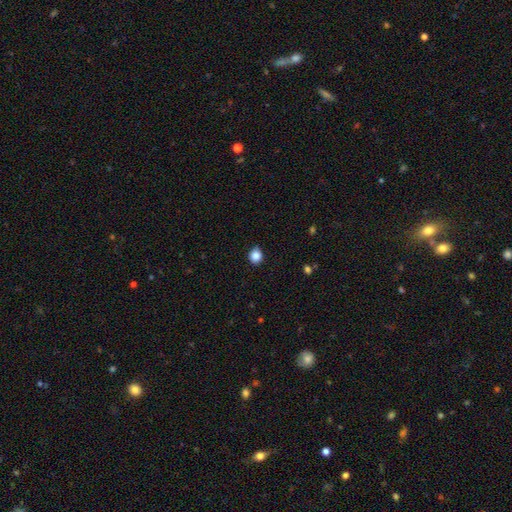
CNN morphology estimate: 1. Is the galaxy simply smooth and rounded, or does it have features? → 87% smooth, 10% star or artifact, 3% featured or disk.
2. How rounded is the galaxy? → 79% round, 20% in between, 1% cigar-shaped.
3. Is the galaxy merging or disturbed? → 86% none, 11% minor disturbance, 2% major disturbance, 1% merger.